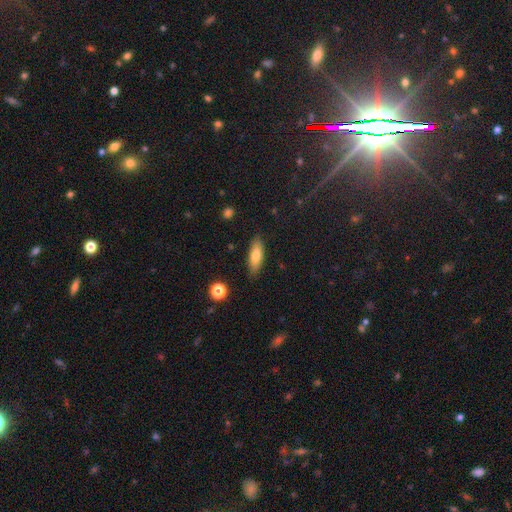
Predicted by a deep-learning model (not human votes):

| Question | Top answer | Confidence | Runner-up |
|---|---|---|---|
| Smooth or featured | smooth | 74% | featured or disk (19%) |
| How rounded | in between | 57% | cigar-shaped (40%) |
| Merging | none | 85% | minor disturbance (11%) |